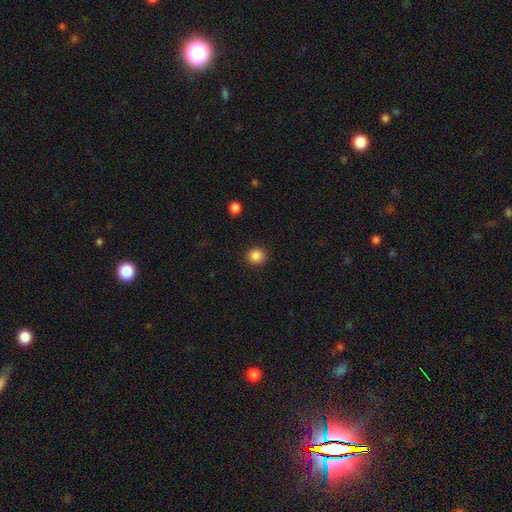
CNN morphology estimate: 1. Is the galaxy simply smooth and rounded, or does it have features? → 86% smooth, 10% star or artifact, 3% featured or disk.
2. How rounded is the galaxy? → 85% round, 14% in between, 1% cigar-shaped.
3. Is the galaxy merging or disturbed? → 89% none, 7% minor disturbance, 2% major disturbance, 1% merger.